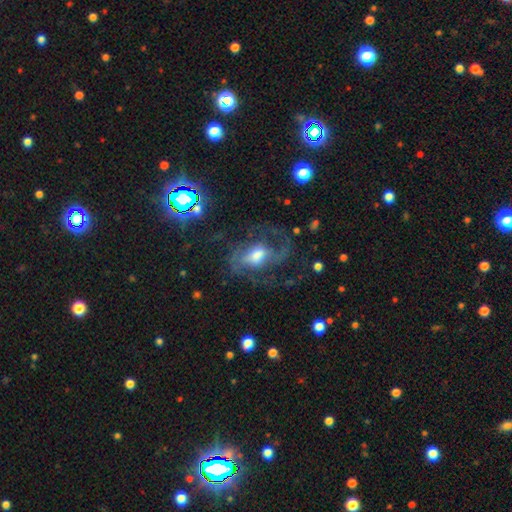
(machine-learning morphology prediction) This appears to be a featured or disk galaxy (79%) with a weak bar (44%), 2 (47%) medium (52%) spiral arms (90%) and a moderate central bulge (56%). Merging: none (55%).